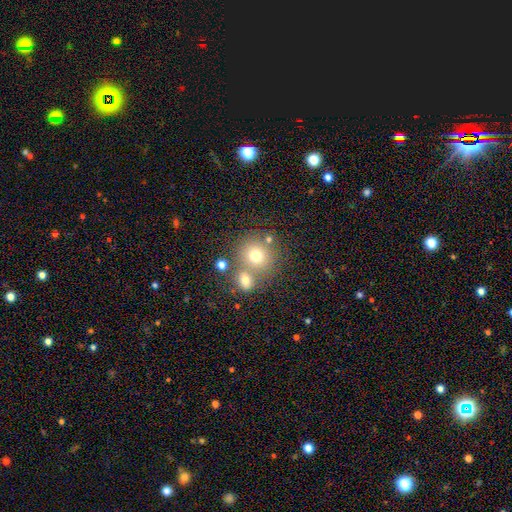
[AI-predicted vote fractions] Overall: smooth (71%). How rounded: round (87%). Merging: none (55%; merger 32%).